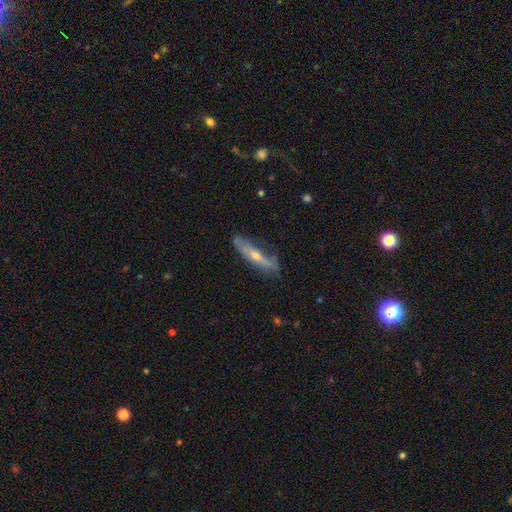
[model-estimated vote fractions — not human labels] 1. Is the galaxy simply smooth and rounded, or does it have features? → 62% featured or disk, 30% smooth, 8% star or artifact.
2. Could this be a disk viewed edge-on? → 67% yes, 33% no.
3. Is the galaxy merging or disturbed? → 66% none, 24% minor disturbance, 8% major disturbance, 2% merger.